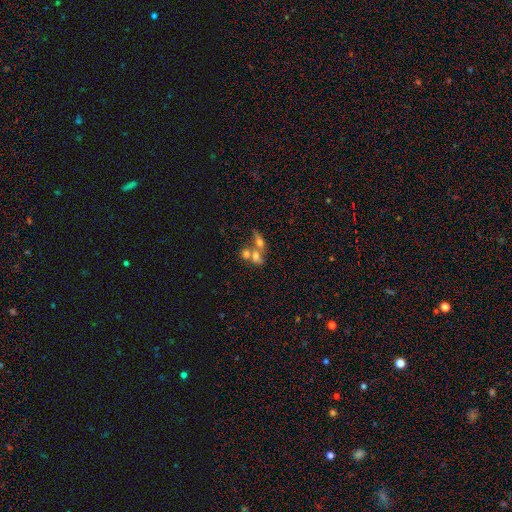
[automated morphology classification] Smooth or featured?
  - smooth: 57% *
  - featured or disk: 30%
  - star or artifact: 13%
How rounded?
  - in between: 57% *
  - round: 34%
  - cigar-shaped: 8%
Merging?
  - merger: 63% *
  - none: 23%
  - minor disturbance: 7%
  - major disturbance: 6%